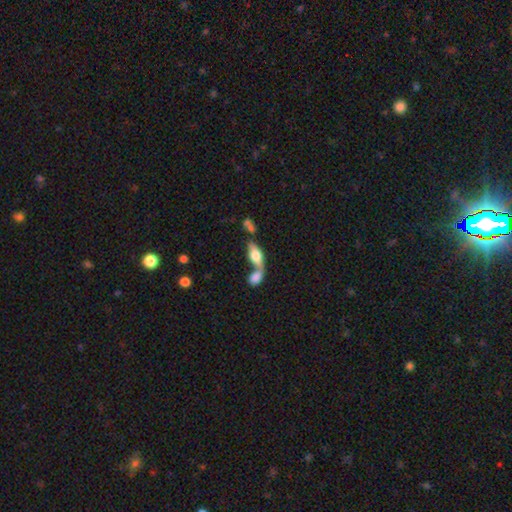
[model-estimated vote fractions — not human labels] A smooth galaxy with no disk features (60%) that is in between round and cigar-shaped (75%).

Vote fractions:
- Smooth or featured? smooth: 60% / featured or disk: 33% / star or artifact: 8%
- How rounded? in between: 75% / cigar-shaped: 18% / round: 8%
- Merging? merger: 65% / none: 21% / minor disturbance: 8% / major disturbance: 7%